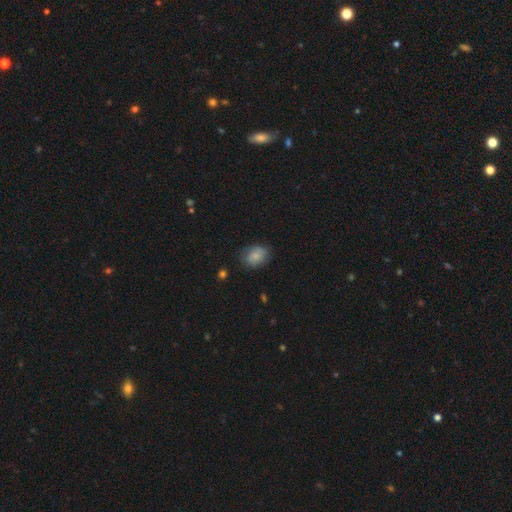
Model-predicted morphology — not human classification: Smooth or featured? Predicted: smooth (p=0.76). How rounded? Predicted: in between (p=0.55). Merging? Predicted: none (p=0.74).